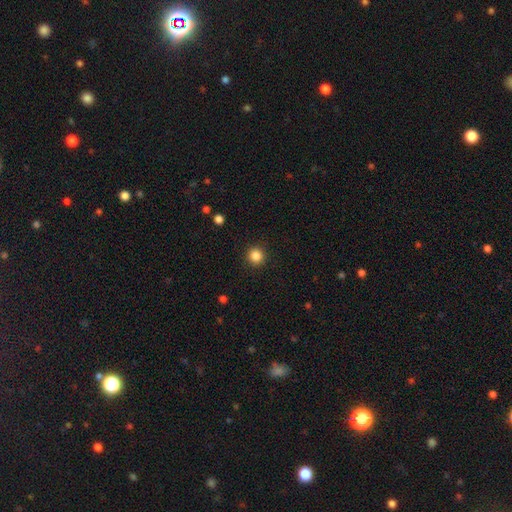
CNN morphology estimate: smooth_or_featured: smooth (p=0.84) [alt: star or artifact p=0.12]
how_rounded: round (p=0.95) [alt: in between p=0.04]
merging: none (p=0.92) [alt: minor disturbance p=0.05]